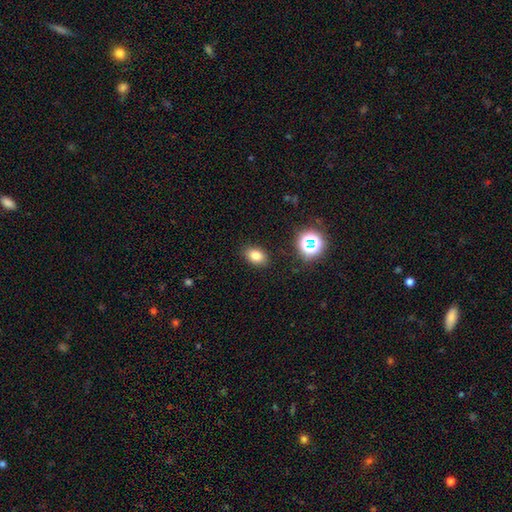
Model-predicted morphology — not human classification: type=smooth (79%); roundness=in between (81%); merging=none (87%).